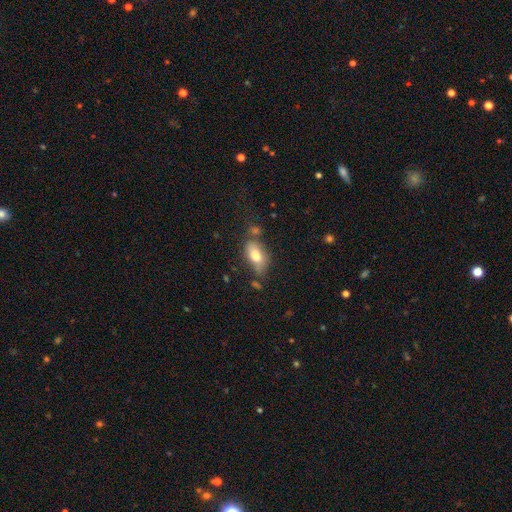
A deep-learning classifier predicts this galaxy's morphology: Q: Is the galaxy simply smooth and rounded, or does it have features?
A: smooth — 74%.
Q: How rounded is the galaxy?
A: in between — 88%.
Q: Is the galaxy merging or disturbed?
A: none — 57%.